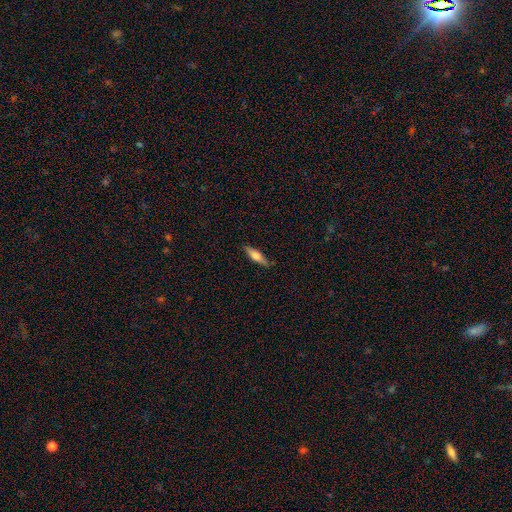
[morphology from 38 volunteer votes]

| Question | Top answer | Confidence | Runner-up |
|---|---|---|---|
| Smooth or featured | smooth | 61% | featured or disk (37%) |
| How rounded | cigar-shaped | 70% | in between (26%) |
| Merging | none | 84% | minor disturbance (11%) |